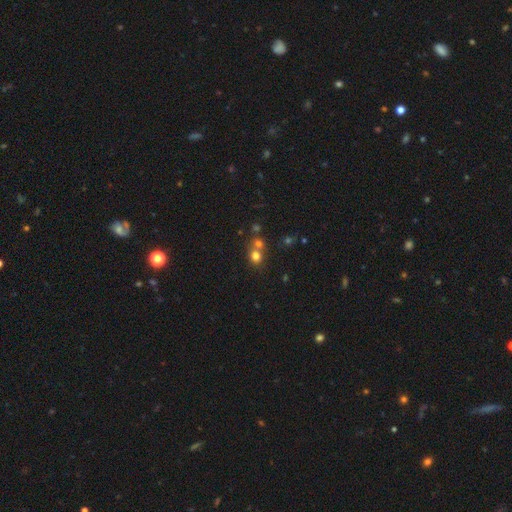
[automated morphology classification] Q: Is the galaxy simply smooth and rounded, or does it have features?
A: smooth — 73%.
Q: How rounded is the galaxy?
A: round — 80%.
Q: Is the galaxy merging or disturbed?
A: none — 47%.